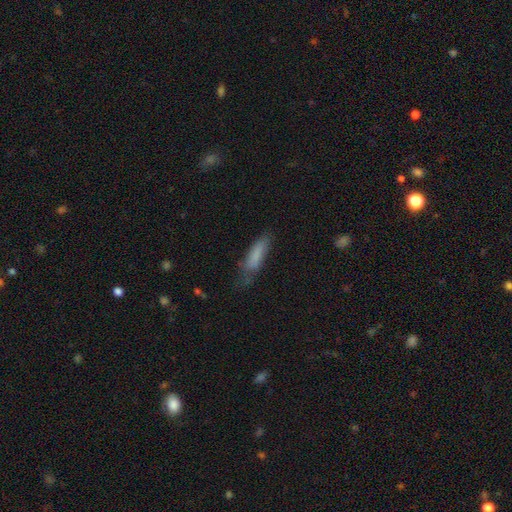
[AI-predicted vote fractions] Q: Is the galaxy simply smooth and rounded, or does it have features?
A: smooth — 76%.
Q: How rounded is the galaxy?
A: cigar-shaped — 68%.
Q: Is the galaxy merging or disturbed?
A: none — 54%.